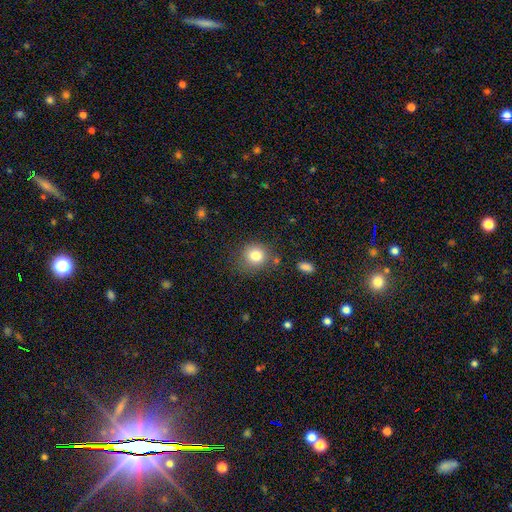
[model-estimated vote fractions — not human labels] smooth 81%, star or artifact 11%, featured or disk 8%. Down the decision tree: how rounded — round (85%); merging — none (76%).